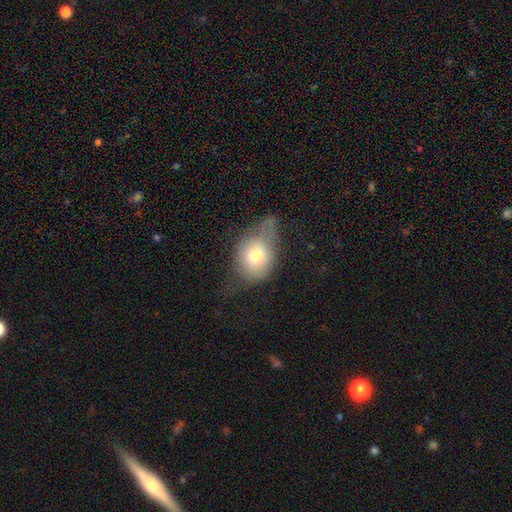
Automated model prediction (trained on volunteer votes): This appears to be a smooth galaxy with no disk features (66%) that is in between round and cigar-shaped (57%). Merging: minor disturbance (35%).